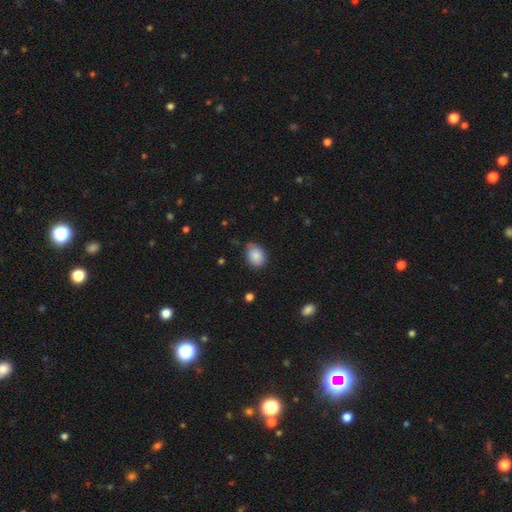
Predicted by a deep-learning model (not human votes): smooth-or-featured: smooth: 86% | star or artifact: 8% | featured or disk: 7%
  how-rounded: in between: 64% | round: 35% | cigar-shaped: 1%
  merging: none: 67% | minor disturbance: 27% | major disturbance: 4% | merger: 2%